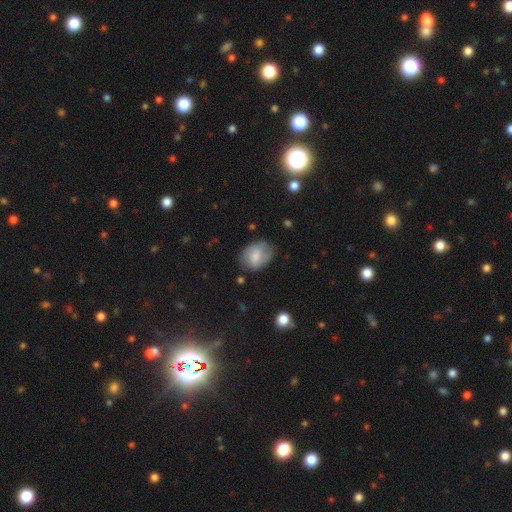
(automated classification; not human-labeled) This appears to be a smooth galaxy with no disk features (69%) that is in between round and cigar-shaped (68%). Merging: none (67%).